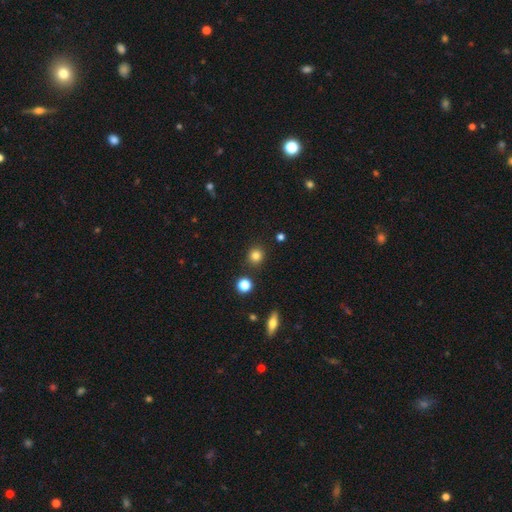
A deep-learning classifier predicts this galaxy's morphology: Smooth or featured? smooth (82%)
How rounded? round (90%)
Merging? none (88%)